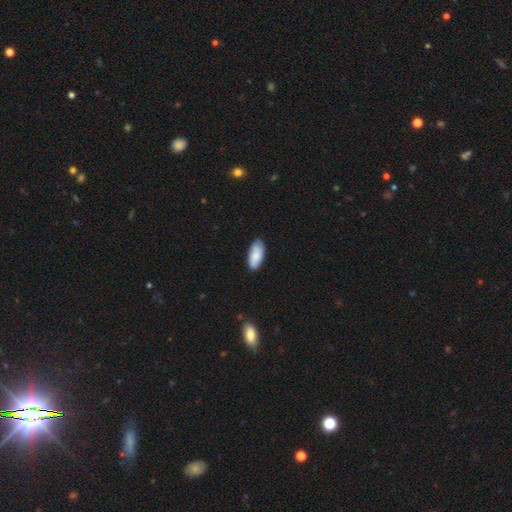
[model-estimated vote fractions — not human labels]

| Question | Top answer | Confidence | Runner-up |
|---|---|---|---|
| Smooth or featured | smooth | 84% | featured or disk (10%) |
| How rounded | in between | 91% | cigar-shaped (8%) |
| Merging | none | 85% | minor disturbance (12%) |